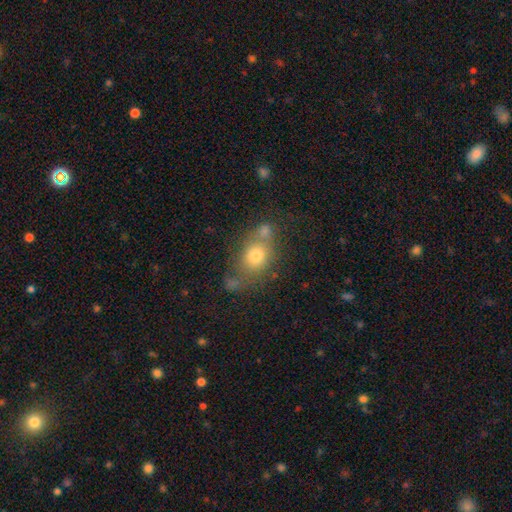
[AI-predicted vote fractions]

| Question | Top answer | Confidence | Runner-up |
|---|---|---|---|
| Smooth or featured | smooth | 71% | featured or disk (17%) |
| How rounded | round | 50% | in between (48%) |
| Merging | none | 45% | merger (27%) |